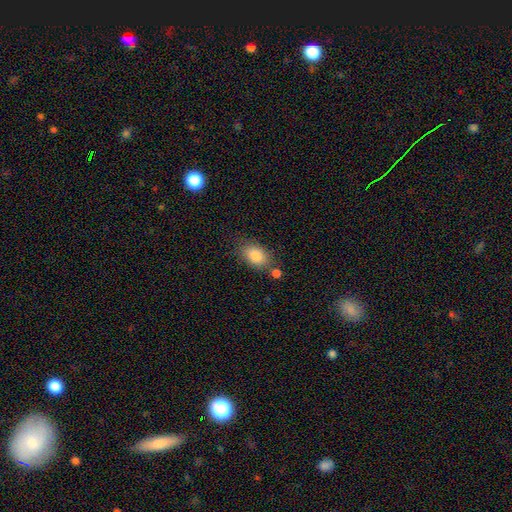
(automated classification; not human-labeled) Smooth or featured? Predicted: smooth (p=0.84). How rounded? Predicted: in between (p=0.85). Merging? Predicted: none (p=0.69).